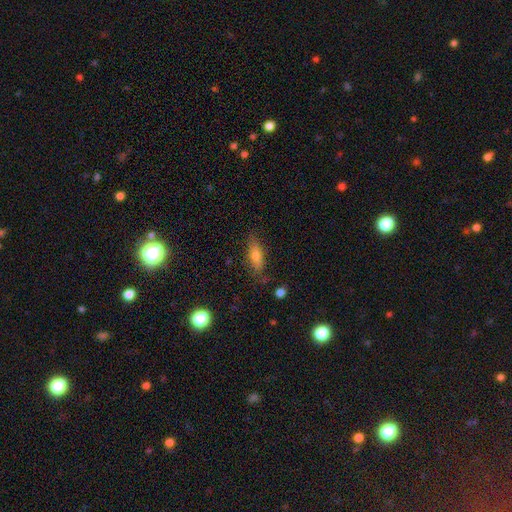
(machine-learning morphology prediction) A smooth galaxy with no disk features (64%) that is in between round and cigar-shaped (49%). Merging: none (80%).